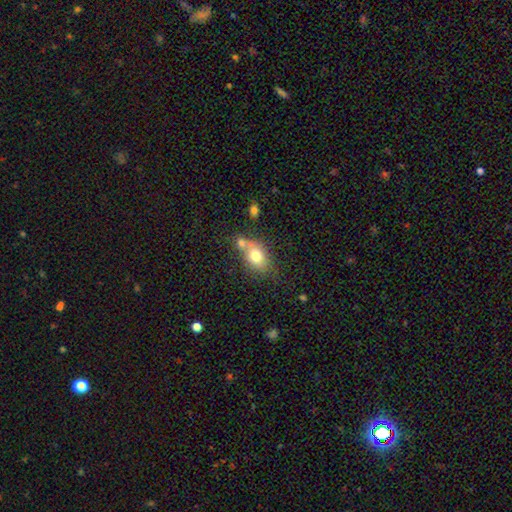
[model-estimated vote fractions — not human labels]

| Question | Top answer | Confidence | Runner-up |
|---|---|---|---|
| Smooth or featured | smooth | 74% | featured or disk (17%) |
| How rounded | in between | 75% | round (23%) |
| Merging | none | 40% | merger (39%) |